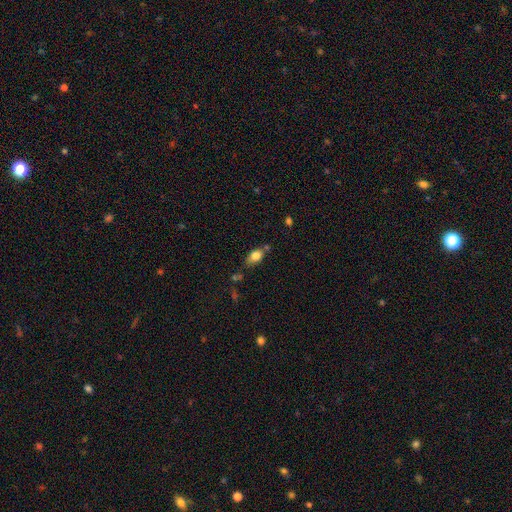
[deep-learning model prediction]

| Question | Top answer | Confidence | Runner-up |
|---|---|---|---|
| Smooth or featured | smooth | 79% | featured or disk (12%) |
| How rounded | in between | 80% | round (15%) |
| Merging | none | 56% | minor disturbance (24%) |